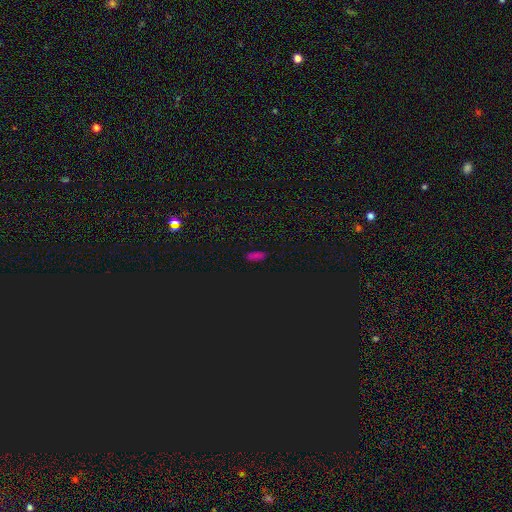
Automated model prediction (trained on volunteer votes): Morphology: type=smooth (56%); roundness=in between (81%); merging=none (85%).